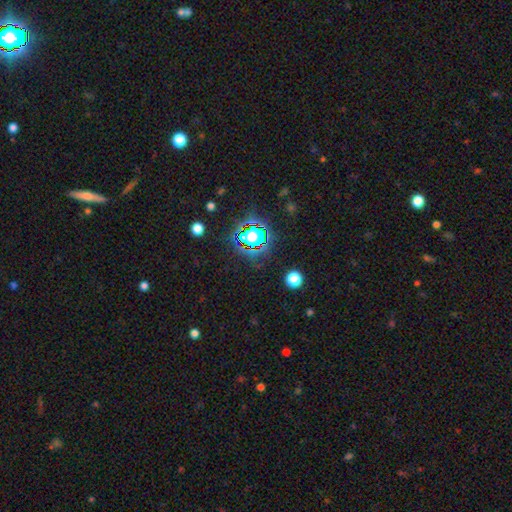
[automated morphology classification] Q: Smooth or featured?
A: star or artifact (80%); runner-up: smooth (12%)